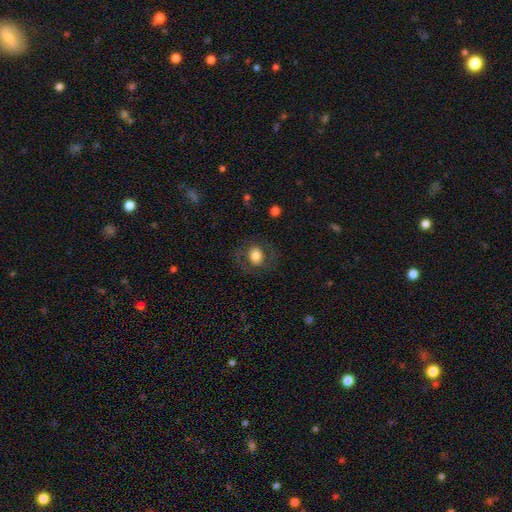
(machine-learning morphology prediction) The model was most divided on "how rounded": round: 66%, in between: 33%, cigar-shaped: 1%. More confident: merging — none (77%); smooth or featured — smooth (65%).